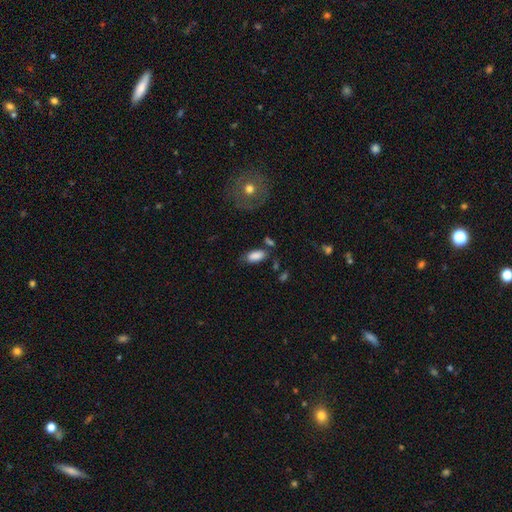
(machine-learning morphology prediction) This is clearly a smooth galaxy (85%). How rounded: clearly in between (91%). Merging: likely none (68%).